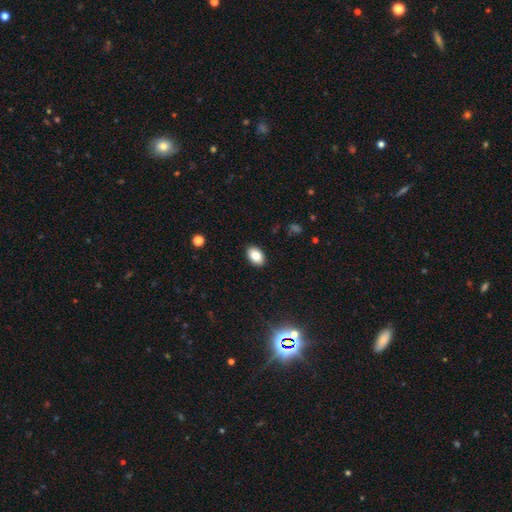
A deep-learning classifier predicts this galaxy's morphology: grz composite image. It shows a smooth galaxy with no disk features (84%) that is in between round and cigar-shaped (88%). Merging: none (89%).